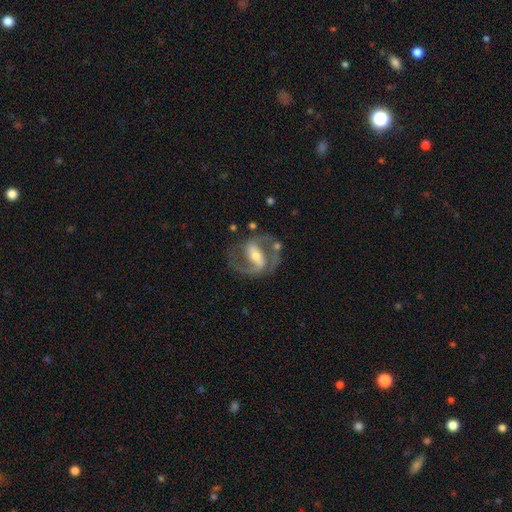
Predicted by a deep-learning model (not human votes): A featured or disk galaxy (88%) with a strong bar (57%), 2 (90%) medium (61%) spiral arms (95%) and a moderate central bulge (50%). Merging: none (72%).